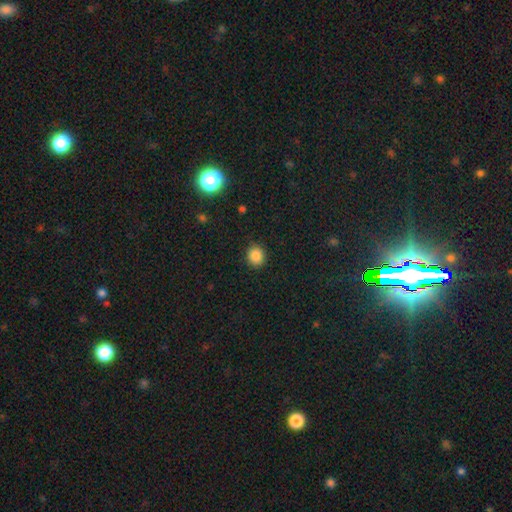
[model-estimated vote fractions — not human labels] Morphology: type=smooth (85%); roundness=round (85%); merging=none (90%).